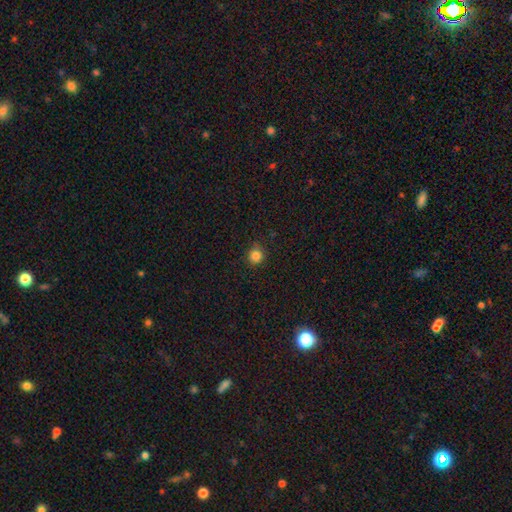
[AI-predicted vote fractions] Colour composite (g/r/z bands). It shows a smooth galaxy with no disk features (83%) that is round (90%). Merging: none (86%).